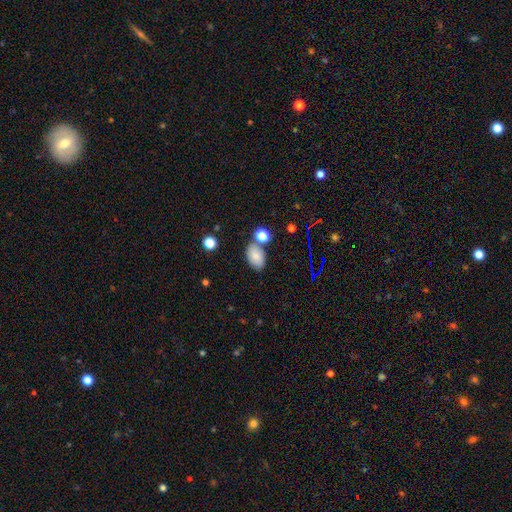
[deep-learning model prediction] smooth_or_featured: smooth (p=0.79) [alt: star or artifact p=0.11]
how_rounded: in between (p=0.90) [alt: round p=0.09]
merging: none (p=0.69) [alt: minor disturbance p=0.14]